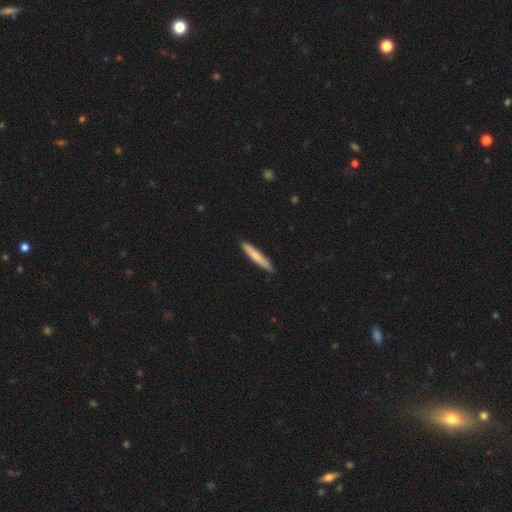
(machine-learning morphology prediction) The model was most divided on "smooth or featured": smooth: 75%, featured or disk: 20%, star or artifact: 5%. More confident: how rounded — cigar-shaped (94%); merging — none (89%).